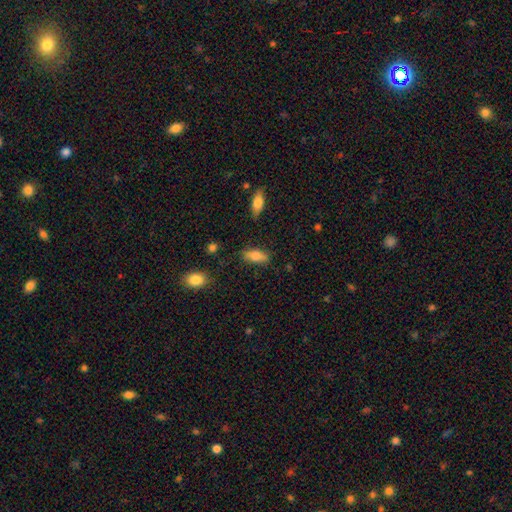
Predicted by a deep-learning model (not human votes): Smooth or featured? smooth (76%)
How rounded? in between (83%)
Merging? none (78%)